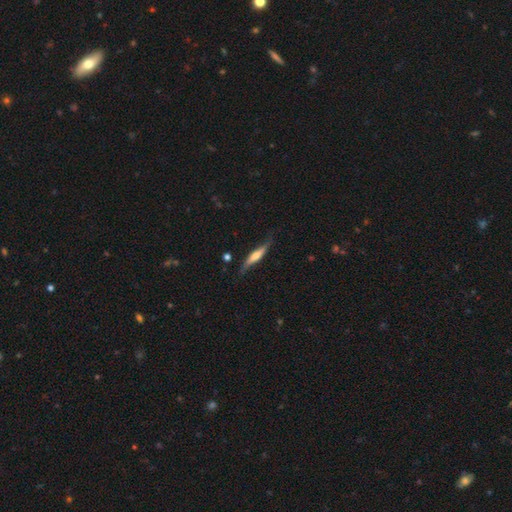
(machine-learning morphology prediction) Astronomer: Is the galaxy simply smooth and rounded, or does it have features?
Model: featured or disk — 58% (runner-up: smooth, 37%).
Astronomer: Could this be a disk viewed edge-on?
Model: yes — 88%.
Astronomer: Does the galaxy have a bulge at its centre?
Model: rounded — 71%.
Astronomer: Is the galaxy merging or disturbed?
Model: none — 71%.